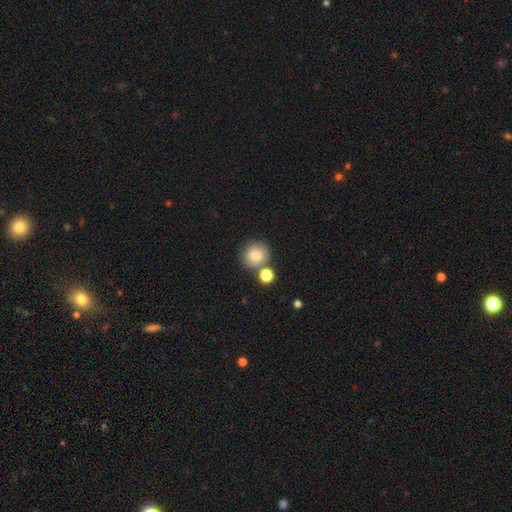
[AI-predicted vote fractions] Overall: smooth (77%). How rounded: round (88%). Merging: none (66%).